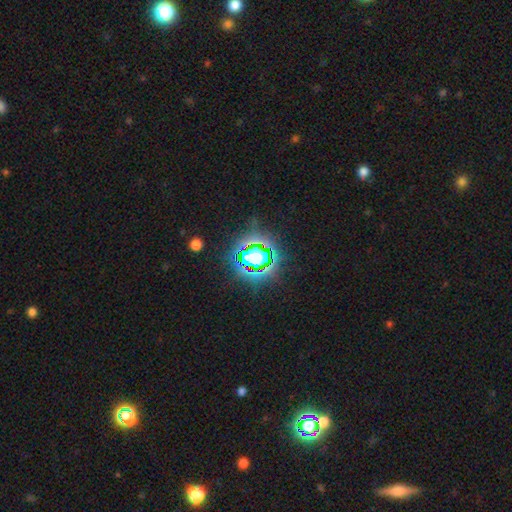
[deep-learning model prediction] A star or artifact, not a galaxy (82%).